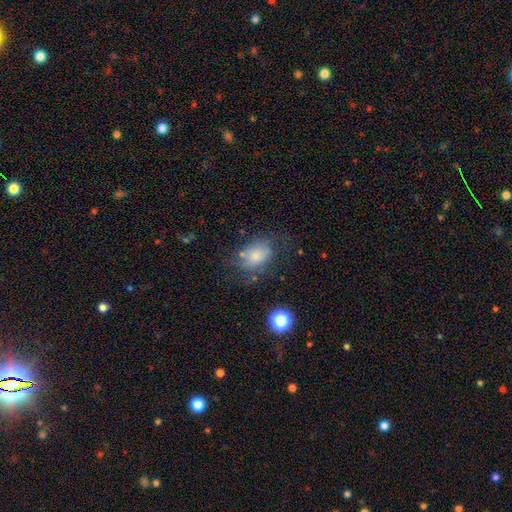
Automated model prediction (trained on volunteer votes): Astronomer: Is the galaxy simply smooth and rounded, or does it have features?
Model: smooth — 71%.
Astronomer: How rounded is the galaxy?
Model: in between — 75%.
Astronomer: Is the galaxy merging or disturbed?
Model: none — 49% (runner-up: minor disturbance, 27%).